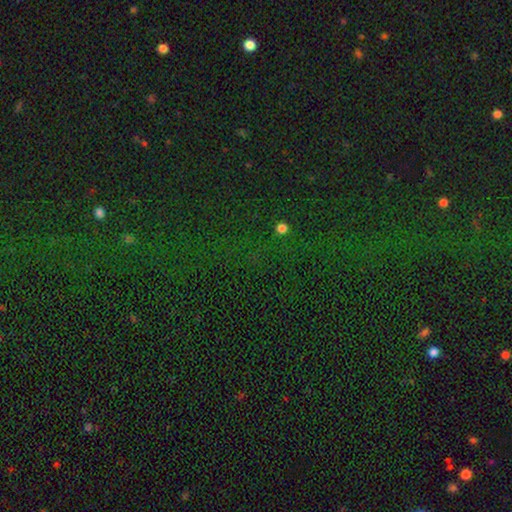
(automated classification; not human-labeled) Morphology: type=star or artifact (80%).